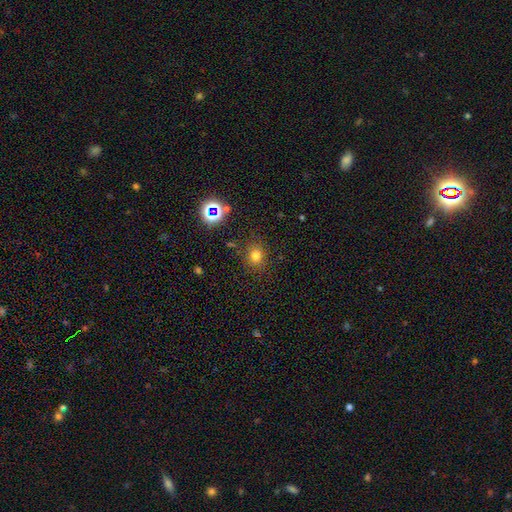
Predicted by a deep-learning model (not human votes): smooth 72%, star or artifact 21%, featured or disk 8%. Down the decision tree: how rounded — round (75%); merging — none (83%).